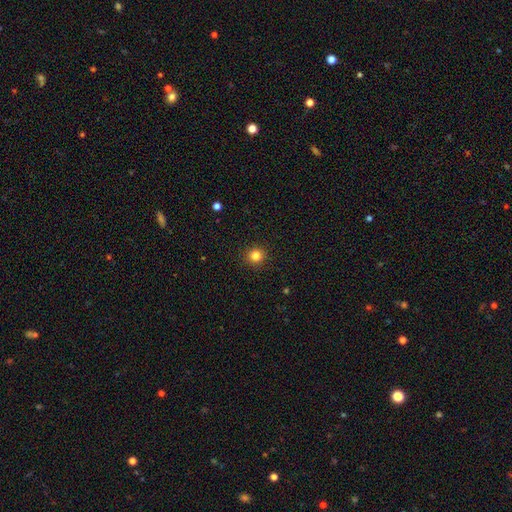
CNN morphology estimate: The model was most divided on "smooth or featured": smooth: 83%, star or artifact: 12%, featured or disk: 5%. More confident: how rounded — round (94%); merging — none (92%).